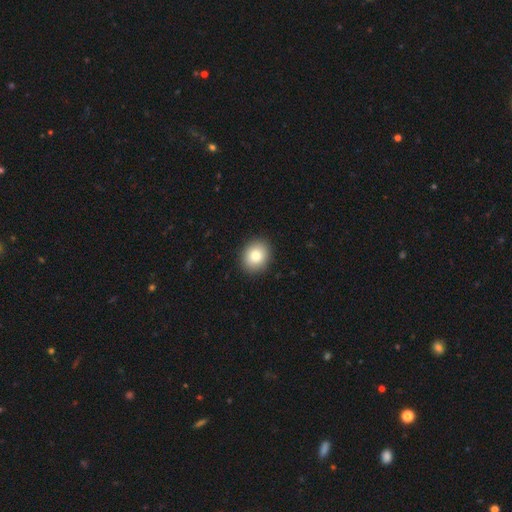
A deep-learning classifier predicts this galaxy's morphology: smooth_or_featured: smooth (p=0.81) [alt: featured or disk p=0.10]
how_rounded: round (p=0.68) [alt: in between p=0.31]
merging: none (p=0.91) [alt: minor disturbance p=0.06]